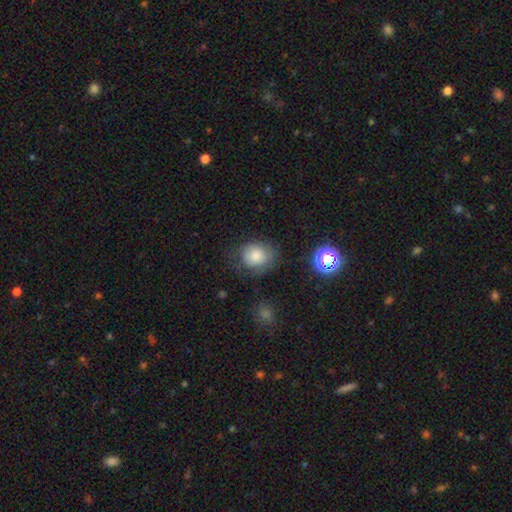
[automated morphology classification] smooth-or-featured: smooth: 78% | star or artifact: 12% | featured or disk: 10%
  how-rounded: round: 66% | in between: 33% | cigar-shaped: 1%
  merging: none: 65% | minor disturbance: 23% | major disturbance: 10% | merger: 2%